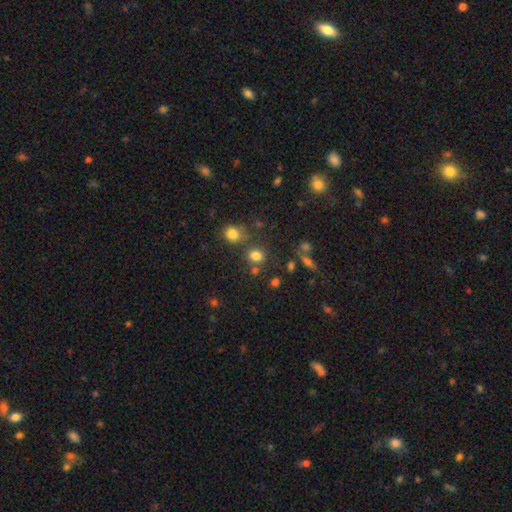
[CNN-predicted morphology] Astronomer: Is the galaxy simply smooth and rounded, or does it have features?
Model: smooth — 78%.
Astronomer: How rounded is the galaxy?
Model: round — 73%.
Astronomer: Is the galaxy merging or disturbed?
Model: none — 69%.